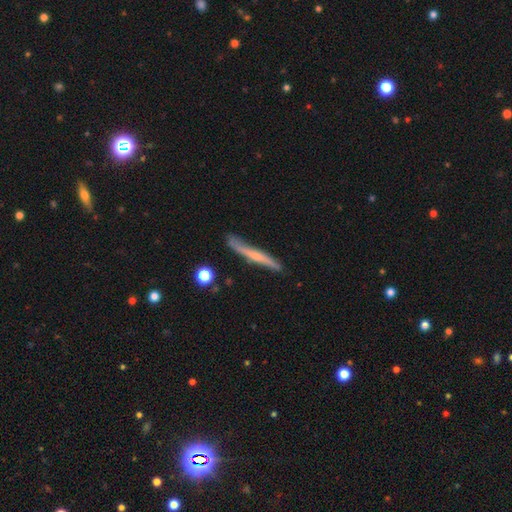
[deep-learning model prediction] smooth_or_featured: featured or disk (p=0.55) [alt: smooth p=0.39]
disk_edge_on: yes (p=0.89) [alt: no p=0.11]
merging: none (p=0.74) [alt: minor disturbance p=0.20]